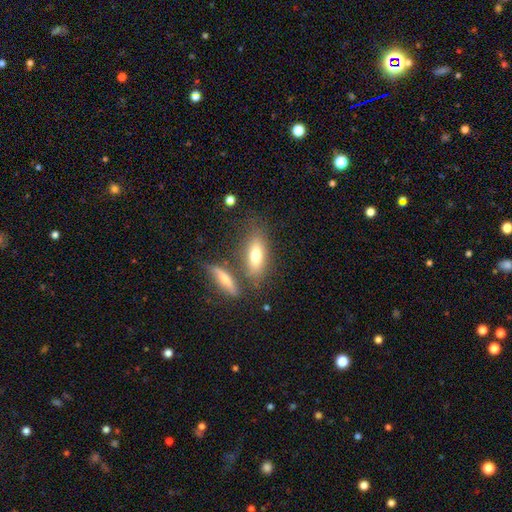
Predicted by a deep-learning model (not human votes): This is likely a smooth galaxy (68%). How rounded: likely in between (72%). Merging: likely none (64%).